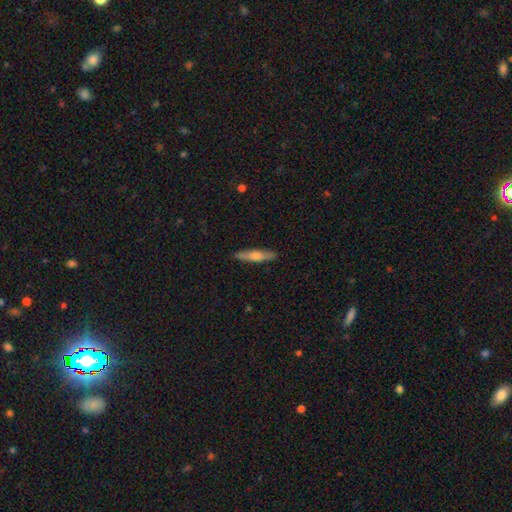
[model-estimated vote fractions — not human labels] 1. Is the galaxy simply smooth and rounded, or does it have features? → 55% smooth, 39% featured or disk, 6% star or artifact.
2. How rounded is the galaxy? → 85% cigar-shaped, 13% in between, 2% round.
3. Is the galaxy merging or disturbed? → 89% none, 9% minor disturbance, 2% major disturbance, 1% merger.